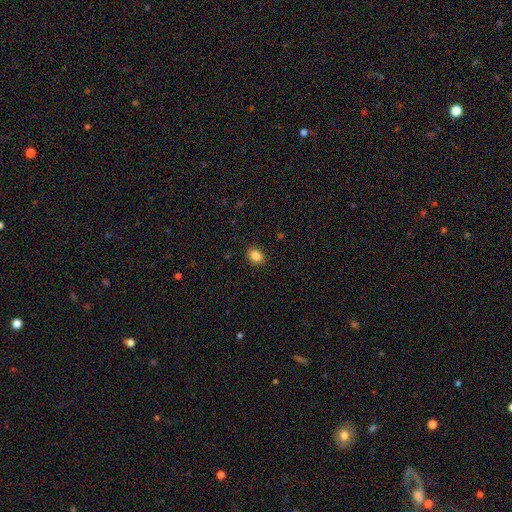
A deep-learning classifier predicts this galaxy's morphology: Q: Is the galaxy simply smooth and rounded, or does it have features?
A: smooth — 86%.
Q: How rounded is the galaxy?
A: in between — 66%.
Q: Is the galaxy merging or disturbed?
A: none — 89%.